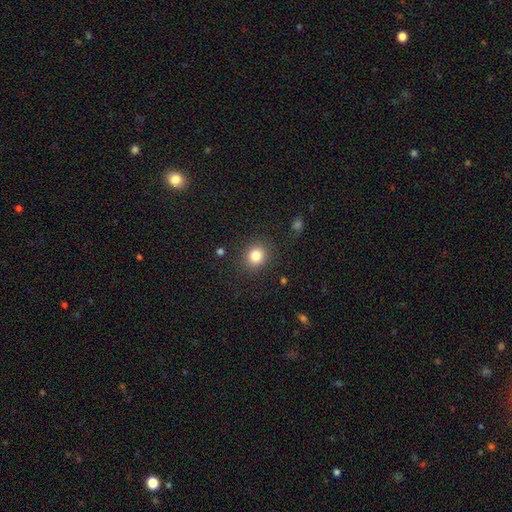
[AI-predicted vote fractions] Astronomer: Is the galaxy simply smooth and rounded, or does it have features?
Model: smooth — 82%.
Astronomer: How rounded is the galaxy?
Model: round — 83%.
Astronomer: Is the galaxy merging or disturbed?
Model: none — 87%.